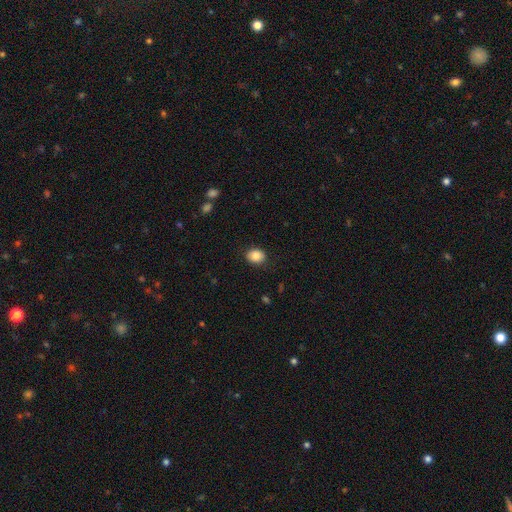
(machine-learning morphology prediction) Smooth or featured: smooth — 85% (star or artifact — 8%)
How rounded: in between — 52% (round — 47%)
Merging: none — 87% (minor disturbance — 9%)